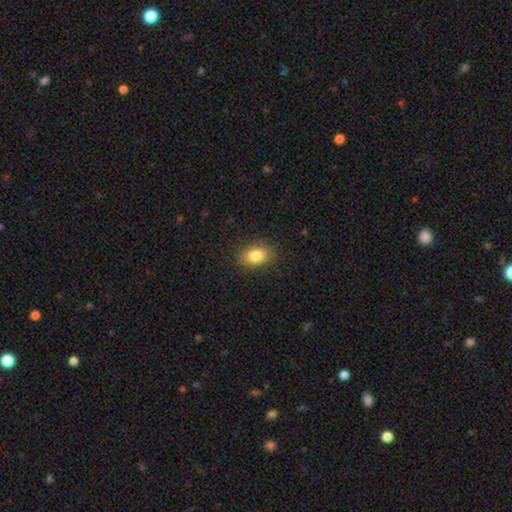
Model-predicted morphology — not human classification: Smooth or featured?
  - smooth: 83% *
  - star or artifact: 9%
  - featured or disk: 8%
How rounded?
  - in between: 77% *
  - round: 22%
  - cigar-shaped: 1%
Merging?
  - none: 87% *
  - minor disturbance: 10%
  - major disturbance: 3%
  - merger: 1%